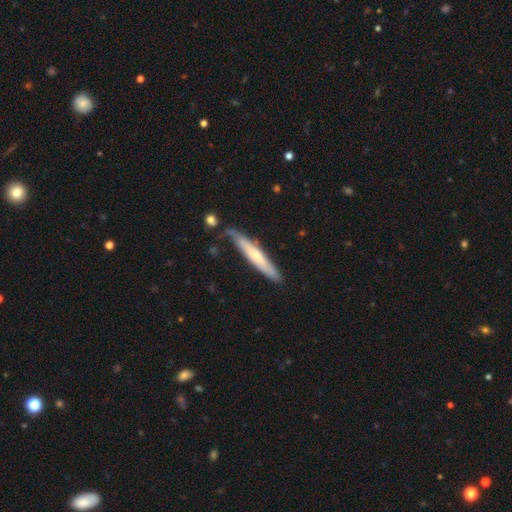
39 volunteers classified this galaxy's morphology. Smooth or featured?
  - smooth: 56% *
  - featured or disk: 41%
  - star or artifact: 3%
How rounded?
  - cigar-shaped: 86% *
  - in between: 14%
  - round: 0%
Merging?
  - none: 74% *
  - minor disturbance: 18%
  - major disturbance: 8%
  - merger: 0%